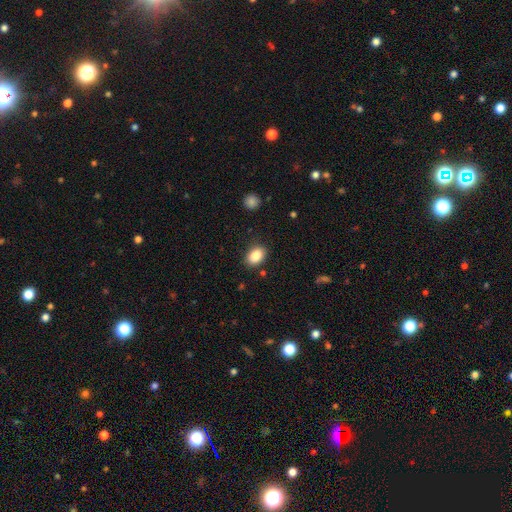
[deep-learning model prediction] This is clearly a smooth galaxy (86%). How rounded: clearly in between (81%). Merging: clearly none (86%).